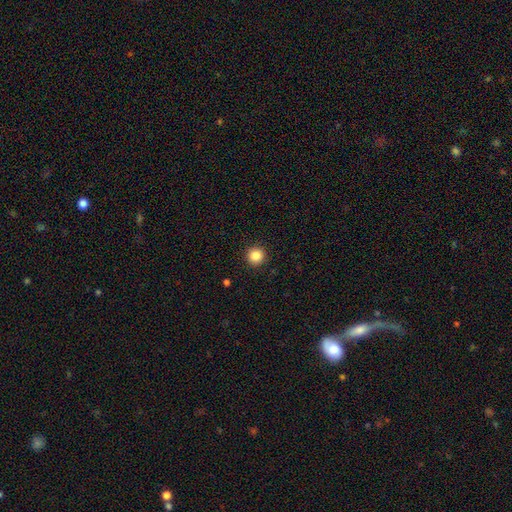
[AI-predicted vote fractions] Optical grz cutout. It shows a smooth galaxy with no disk features (86%) that is round (96%). Merging: none (93%).